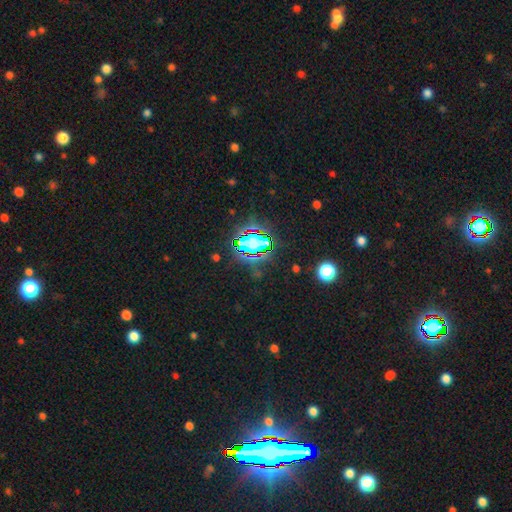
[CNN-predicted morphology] This appears to be a star or artifact, not a galaxy (84%).